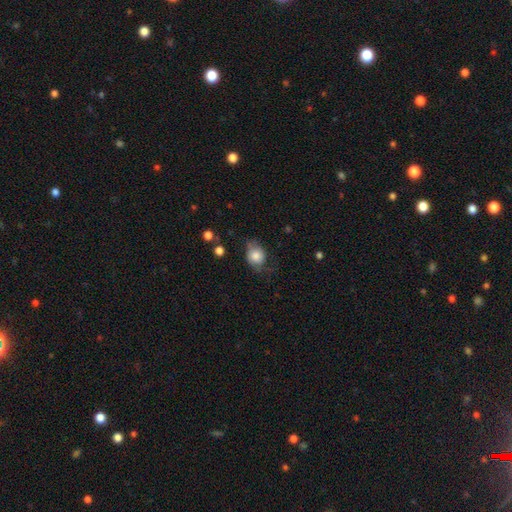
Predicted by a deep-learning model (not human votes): The model was most divided on "how rounded": in between: 56%, round: 43%, cigar-shaped: 1%. Remaining: smooth or featured — smooth (78%); merging — none (47%).